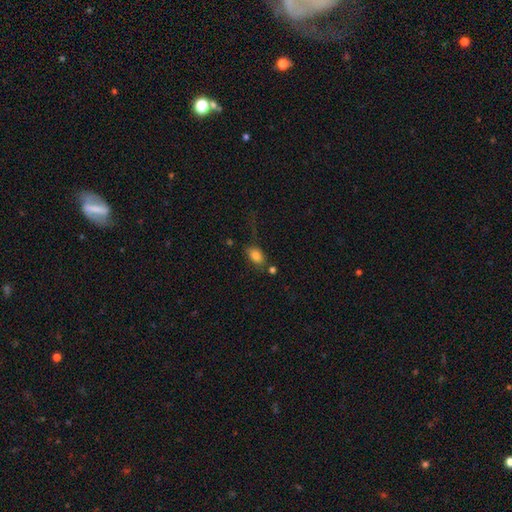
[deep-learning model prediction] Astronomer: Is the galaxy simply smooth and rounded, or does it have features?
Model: smooth — 82%.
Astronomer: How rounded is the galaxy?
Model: in between — 87%.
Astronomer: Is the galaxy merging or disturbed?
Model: none — 60%.